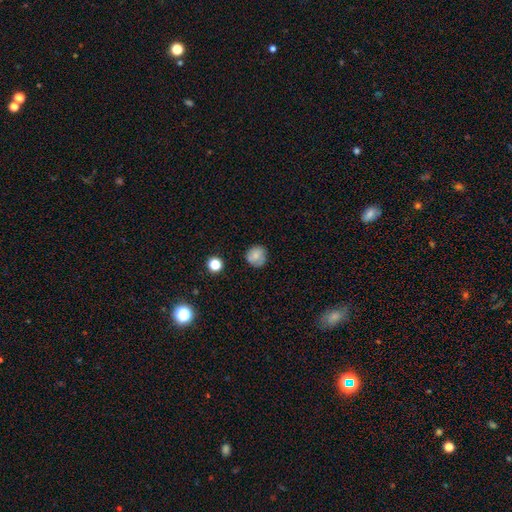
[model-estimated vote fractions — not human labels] Morphology: type=smooth (73%); roundness=round (88%); merging=none (76%).